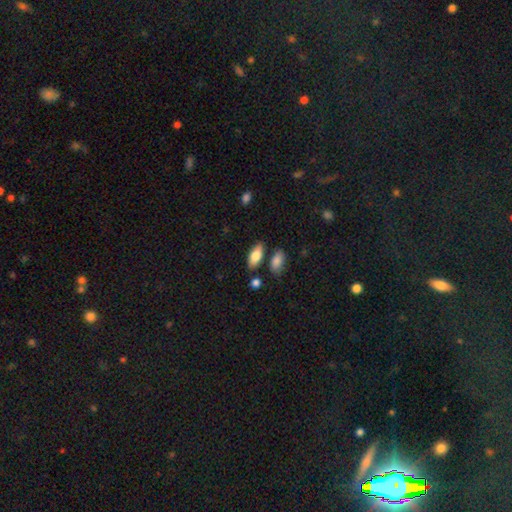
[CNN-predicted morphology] This is likely a smooth galaxy (80%). How rounded: clearly in between (84%). Merging: likely none (79%).